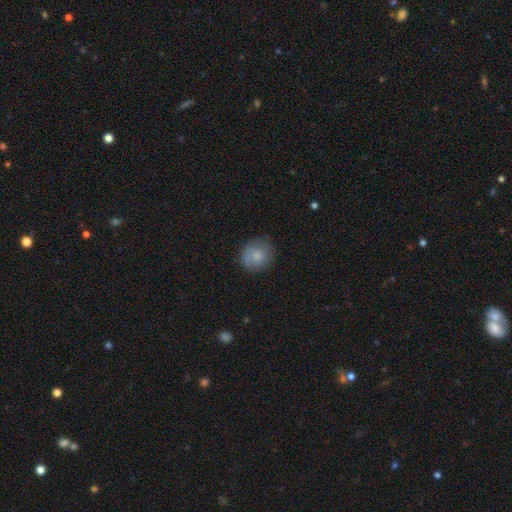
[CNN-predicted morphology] Smooth or featured? Predicted: smooth (p=0.76). How rounded? Predicted: round (p=0.85). Merging? Predicted: none (p=0.75).